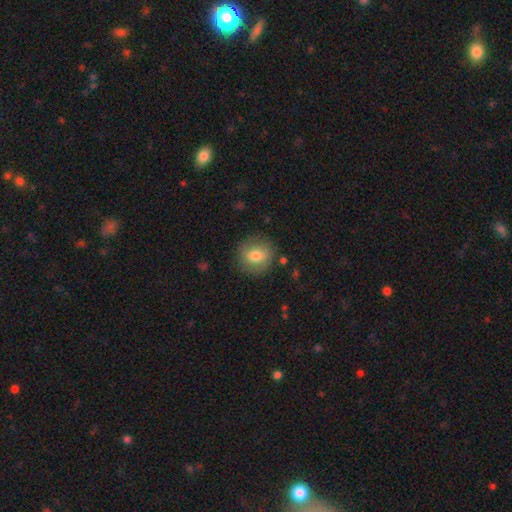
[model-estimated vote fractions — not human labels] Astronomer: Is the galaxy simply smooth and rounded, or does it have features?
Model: smooth — 73%.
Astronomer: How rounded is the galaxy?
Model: round — 87%.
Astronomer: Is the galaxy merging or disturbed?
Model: none — 84%.